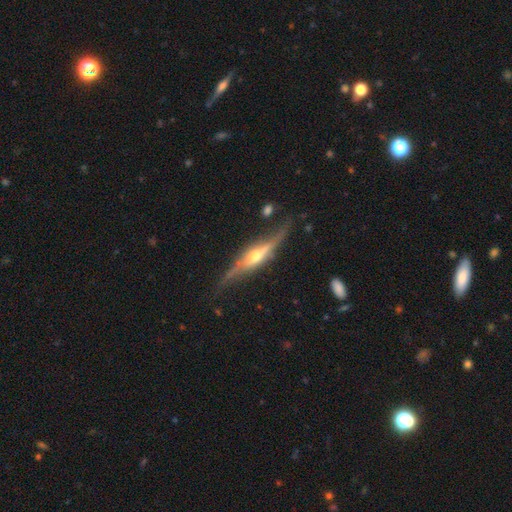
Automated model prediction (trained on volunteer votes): Smooth or featured? Predicted: featured or disk (p=0.81). Edge-on disk? Predicted: yes (p=0.92). Edge-on bulge? Predicted: rounded (p=0.86). Merging? Predicted: none (p=0.74).